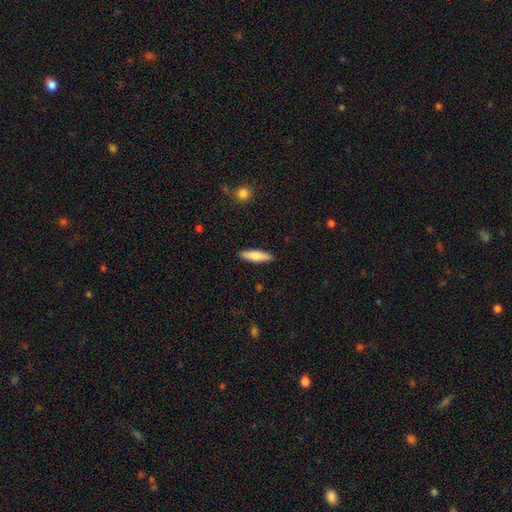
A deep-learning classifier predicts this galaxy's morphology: smooth-or-featured: smooth: 73% | featured or disk: 21% | star or artifact: 6%
  how-rounded: cigar-shaped: 72% | in between: 26% | round: 2%
  merging: none: 90% | minor disturbance: 7% | major disturbance: 2% | merger: 1%